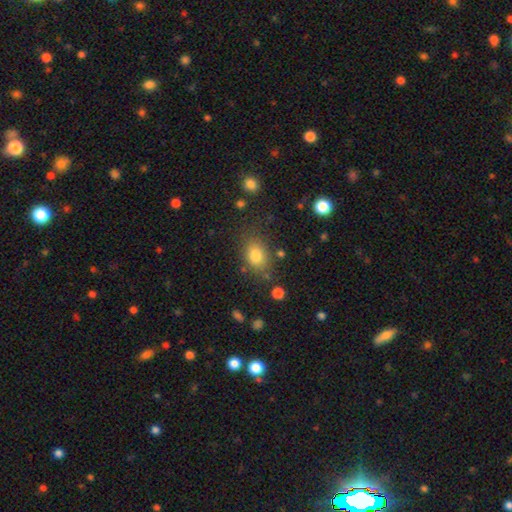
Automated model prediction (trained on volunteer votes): The model was most divided on "how rounded": in between: 69%, round: 29%, cigar-shaped: 2%. More confident: smooth or featured — smooth (80%); merging — none (74%).